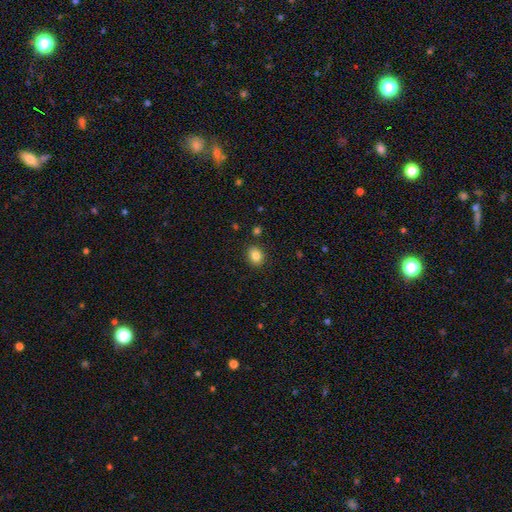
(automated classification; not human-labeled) Q: Smooth or featured?
A: smooth (85%); runner-up: star or artifact (10%)
Q: How rounded?
A: in between (50%); runner-up: round (49%)
Q: Merging?
A: none (87%); runner-up: minor disturbance (8%)